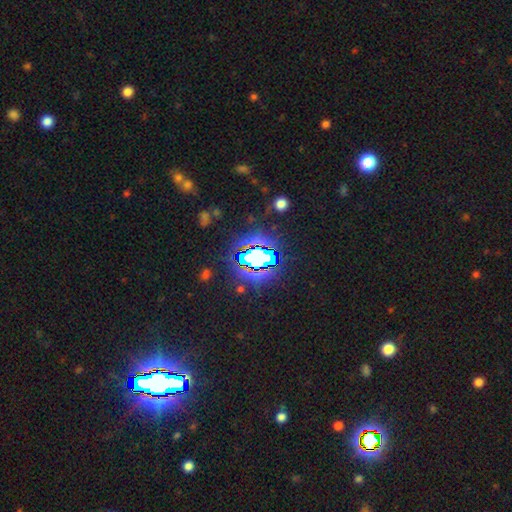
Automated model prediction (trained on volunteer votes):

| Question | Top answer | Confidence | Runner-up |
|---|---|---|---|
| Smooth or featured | star or artifact | 72% | smooth (16%) |